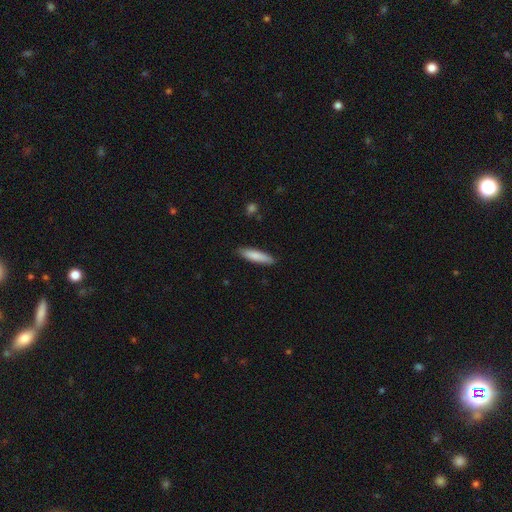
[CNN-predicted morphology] This is clearly a smooth galaxy (82%). How rounded: likely cigar-shaped (79%). Merging: clearly none (87%).